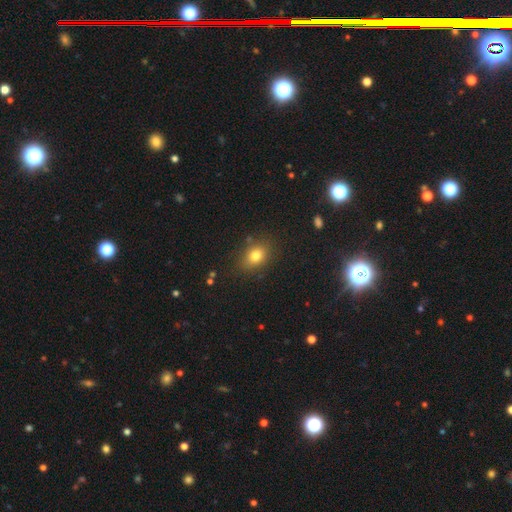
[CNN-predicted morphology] Q: Smooth or featured?
A: smooth (79%); runner-up: star or artifact (12%)
Q: How rounded?
A: in between (65%); runner-up: round (33%)
Q: Merging?
A: none (83%); runner-up: minor disturbance (12%)